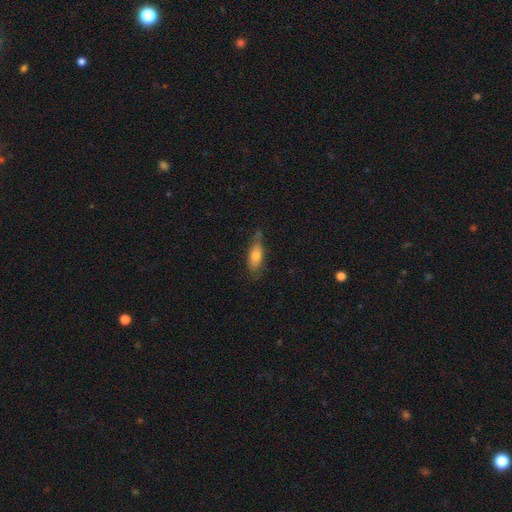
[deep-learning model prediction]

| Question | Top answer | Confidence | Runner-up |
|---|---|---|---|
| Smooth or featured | smooth | 72% | featured or disk (21%) |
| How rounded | in between | 72% | cigar-shaped (25%) |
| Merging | none | 62% | minor disturbance (28%) |